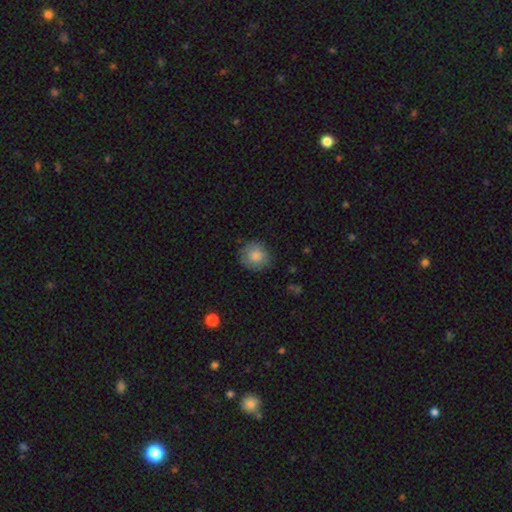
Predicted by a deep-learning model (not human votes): Smooth or featured? Predicted: smooth (p=0.81). How rounded? Predicted: round (p=0.84). Merging? Predicted: none (p=0.79).